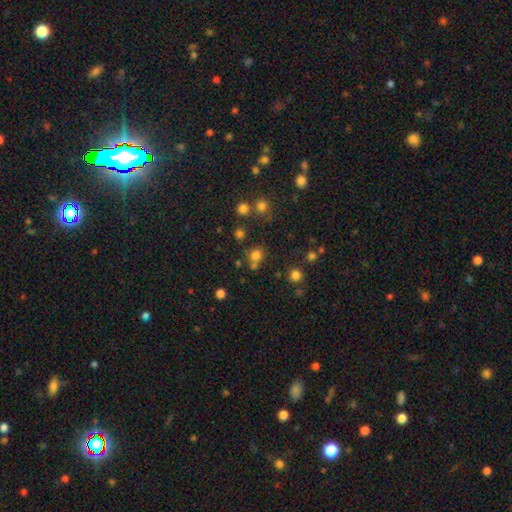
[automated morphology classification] A smooth galaxy with no disk features (72%) that is round (82%). Merging: none (64%).